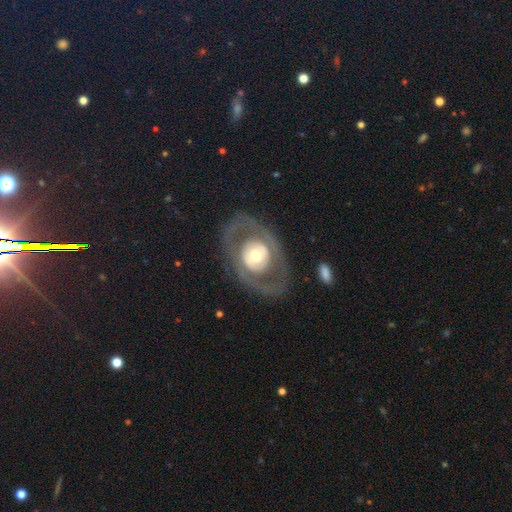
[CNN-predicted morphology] smooth-or-featured: featured or disk: 66% | smooth: 29% | star or artifact: 5%
  disk-edge-on: no: 92% | yes: 8%
    bar: no: 79% | weak: 14% | strong: 7%
    has-spiral-arms: no: 78% | yes: 22%
    bulge-size: moderate: 60% | large: 25% | small: 11% | dominant: 3% | none: 1%
  merging: none: 77% | major disturbance: 11% | minor disturbance: 11% | merger: 1%